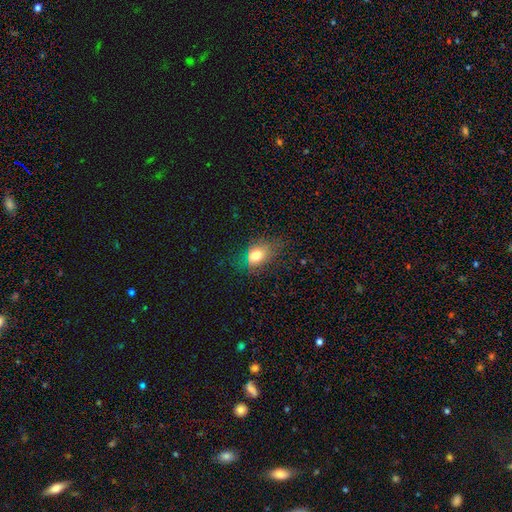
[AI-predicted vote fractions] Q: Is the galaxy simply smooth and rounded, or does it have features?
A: smooth — 77%.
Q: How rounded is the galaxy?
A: in between — 68%.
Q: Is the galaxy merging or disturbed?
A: none — 63%.